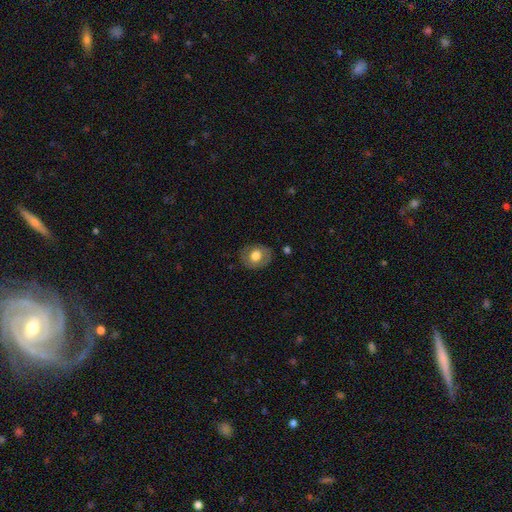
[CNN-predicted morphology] A smooth galaxy with no disk features (66%) that is round (56%).

Vote fractions:
- Smooth or featured? smooth: 66% / featured or disk: 26% / star or artifact: 8%
- How rounded? round: 56% / in between: 43% / cigar-shaped: 1%
- Merging? none: 81% / minor disturbance: 14% / major disturbance: 4% / merger: 1%